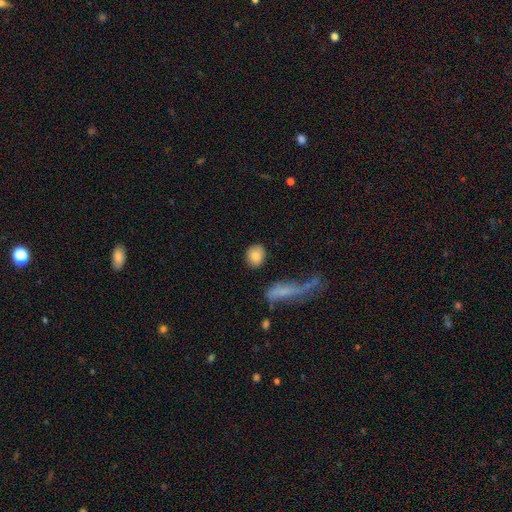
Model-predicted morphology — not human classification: A smooth galaxy with no disk features (85%) that is round (56%).

Vote fractions:
- Smooth or featured? smooth: 85% / featured or disk: 8% / star or artifact: 8%
- How rounded? round: 56% / in between: 41% / cigar-shaped: 3%
- Merging? none: 85% / minor disturbance: 9% / major disturbance: 3% / merger: 3%